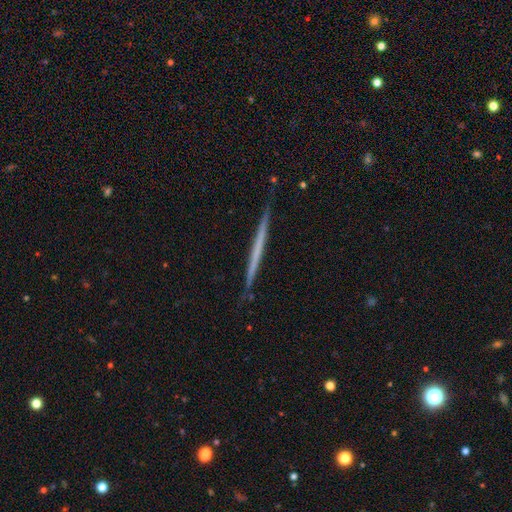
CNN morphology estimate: This is possibly a featured or disk galaxy (57%). It is clearly viewed edge-on (98%). Edge-on bulge: clearly none (93%). Merging: clearly none (90%).